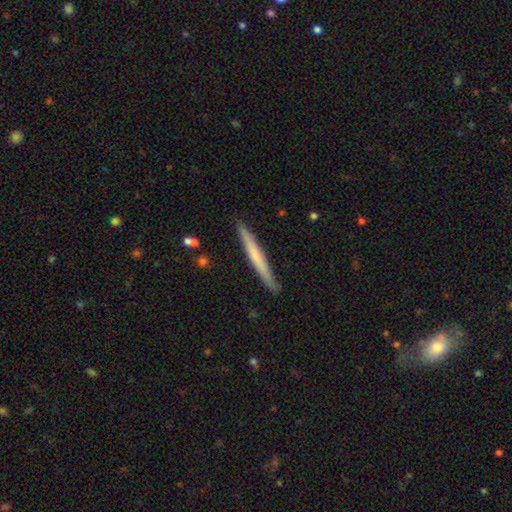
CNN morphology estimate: smooth_or_featured: smooth (p=0.55) [alt: featured or disk p=0.40]
how_rounded: cigar-shaped (p=0.97) [alt: in between p=0.02]
merging: none (p=0.90) [alt: minor disturbance p=0.07]